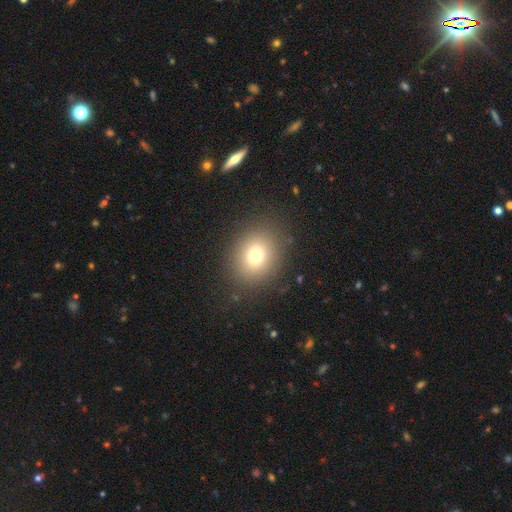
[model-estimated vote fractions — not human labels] Overall: smooth (74%). How rounded: round (65%; in between 34%). Merging: none (86%).